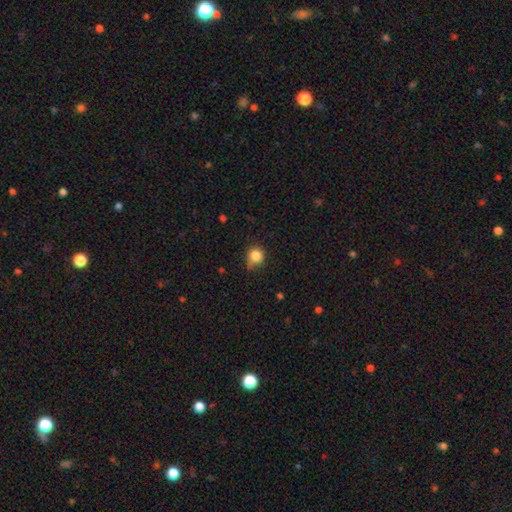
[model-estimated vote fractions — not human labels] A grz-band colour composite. It shows a smooth galaxy with no disk features (83%) that is round (86%). Merging: none (57%).